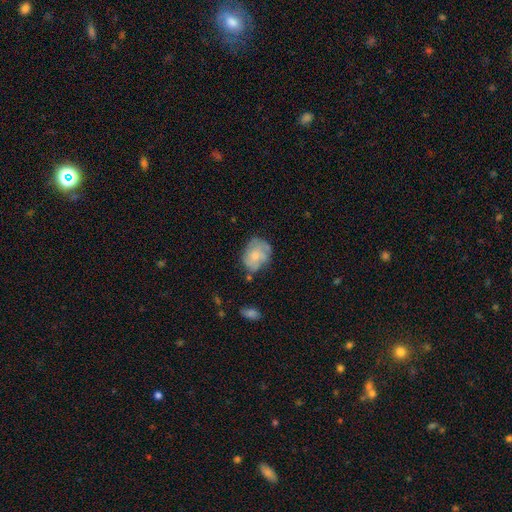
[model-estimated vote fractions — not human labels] Morphology: type=smooth (48%); merging=none (53%).